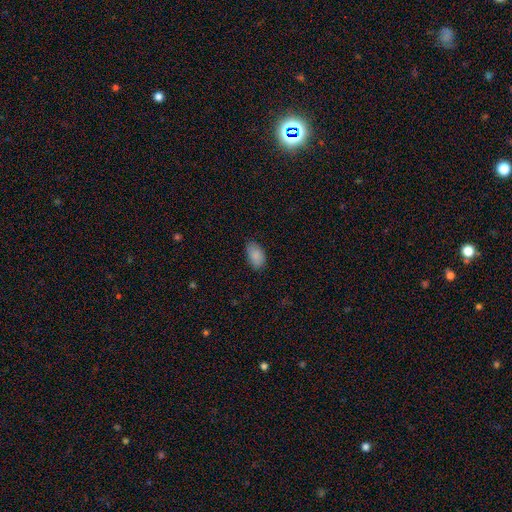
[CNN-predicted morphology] This appears to be a smooth galaxy with no disk features (88%) that is in between round and cigar-shaped (93%). Merging: none (81%).